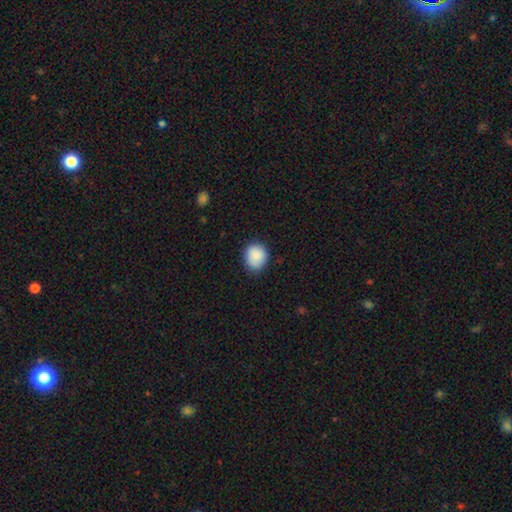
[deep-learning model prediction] The model was most divided on "how rounded": round: 70%, in between: 29%, cigar-shaped: 1%. More confident: smooth or featured — smooth (88%); merging — none (80%).